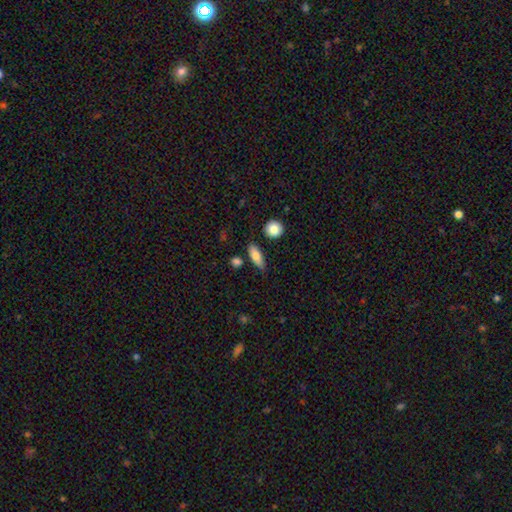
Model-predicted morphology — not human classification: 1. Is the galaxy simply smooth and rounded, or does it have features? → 78% smooth, 15% featured or disk, 7% star or artifact.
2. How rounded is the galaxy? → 60% in between, 35% cigar-shaped, 5% round.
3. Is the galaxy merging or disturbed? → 77% none, 16% minor disturbance, 4% merger, 3% major disturbance.